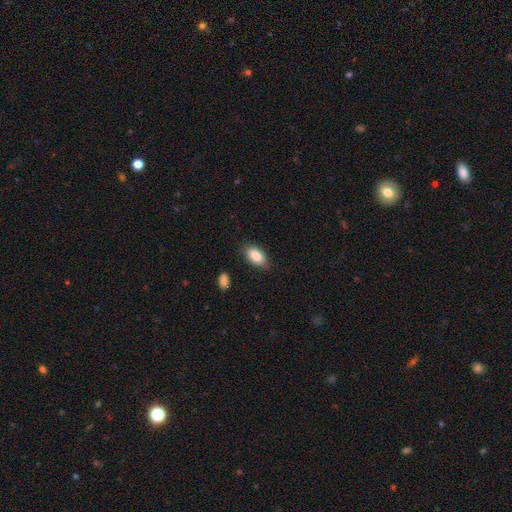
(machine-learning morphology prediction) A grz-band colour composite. It shows a smooth galaxy with no disk features (87%) that is in between round and cigar-shaped (92%). Merging: none (81%).